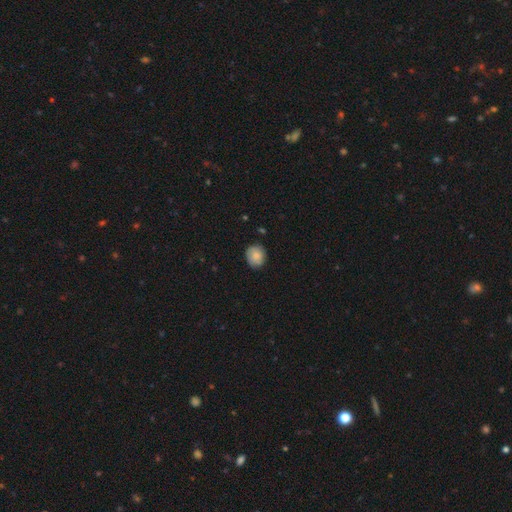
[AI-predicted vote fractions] Smooth or featured: smooth — 83% (featured or disk — 9%)
How rounded: round — 71% (in between — 28%)
Merging: none — 82% (minor disturbance — 14%)